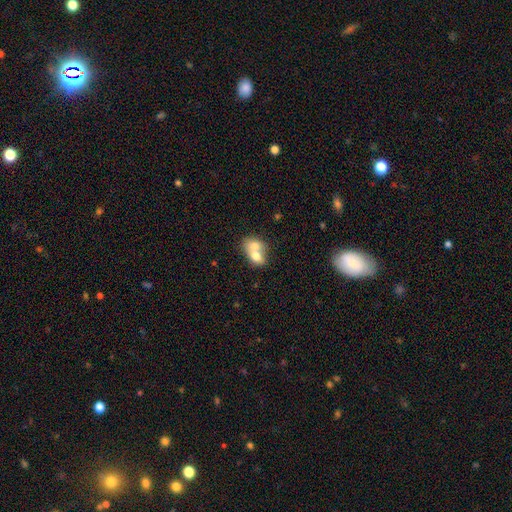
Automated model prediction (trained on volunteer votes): Smooth or featured: smooth — 68% (featured or disk — 24%)
How rounded: in between — 68% (round — 30%)
Merging: merger — 73% (none — 17%)